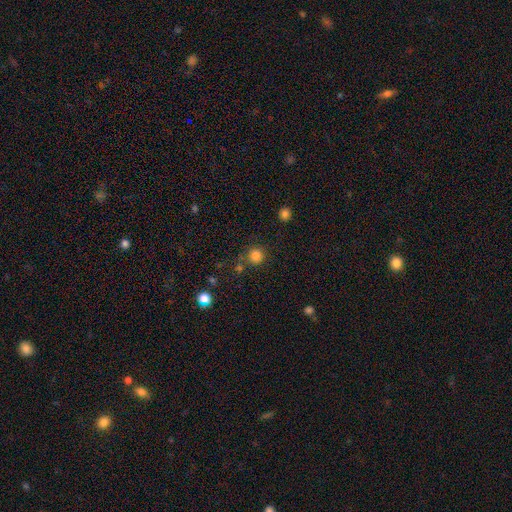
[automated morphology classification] Smooth or featured?
  - smooth: 81% *
  - star or artifact: 14%
  - featured or disk: 5%
How rounded?
  - round: 93% *
  - in between: 6%
  - cigar-shaped: 1%
Merging?
  - none: 79% *
  - minor disturbance: 9%
  - merger: 8%
  - major disturbance: 3%